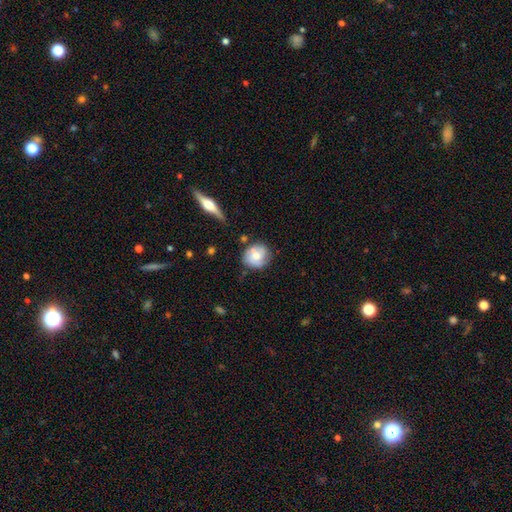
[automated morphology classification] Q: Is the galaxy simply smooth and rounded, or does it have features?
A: smooth — 58%.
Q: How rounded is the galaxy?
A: round — 80%.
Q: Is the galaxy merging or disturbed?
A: none — 65%.